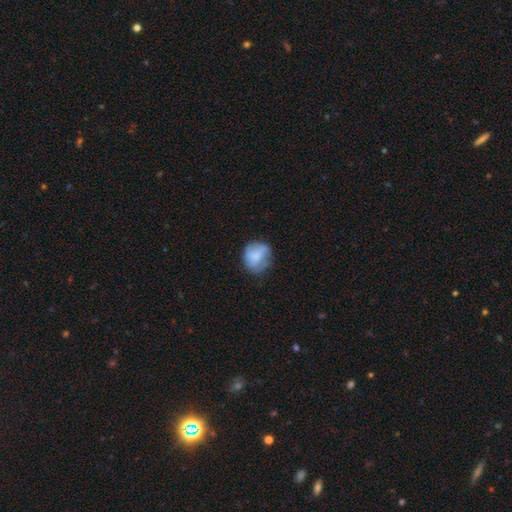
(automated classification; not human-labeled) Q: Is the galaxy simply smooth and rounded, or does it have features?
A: smooth — 68%.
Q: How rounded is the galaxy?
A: round — 73%.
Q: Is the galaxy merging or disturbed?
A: none — 58%.